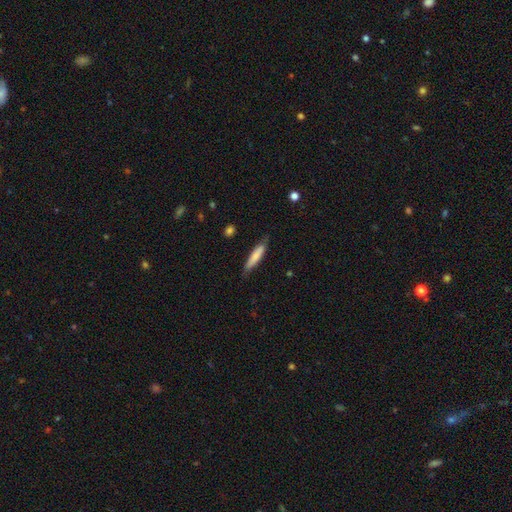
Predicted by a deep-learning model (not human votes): smooth_or_featured: smooth (p=0.75) [alt: featured or disk p=0.19]
how_rounded: cigar-shaped (p=0.86) [alt: in between p=0.12]
merging: none (p=0.78) [alt: minor disturbance p=0.18]